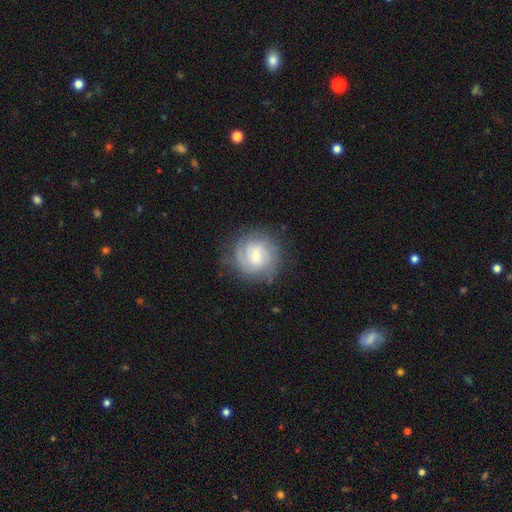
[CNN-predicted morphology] A featured or disk galaxy (65%) with a weak bar (48%), tight (64%) spiral arms (86%) and a small central bulge (53%).

Vote fractions:
- Smooth or featured? featured or disk: 65% / smooth: 28% / star or artifact: 8%
- Edge-on disk? no: 97% / yes: 3%
- Bar? weak: 48% / no: 43% / strong: 9%
- Spiral arms? yes: 86% / no: 14%
- Spiral winding? tight: 64% / medium: 27% / loose: 9%
- Spiral arm count? can't tell: 44% / 2: 27% / 3: 15% / 4: 6% / 1: 5% / more than 4: 4%
- Bulge size? small: 53% / moderate: 43% / large: 3% / none: 1% / dominant: 1%
- Merging? none: 77% / minor disturbance: 15% / major disturbance: 7% / merger: 1%